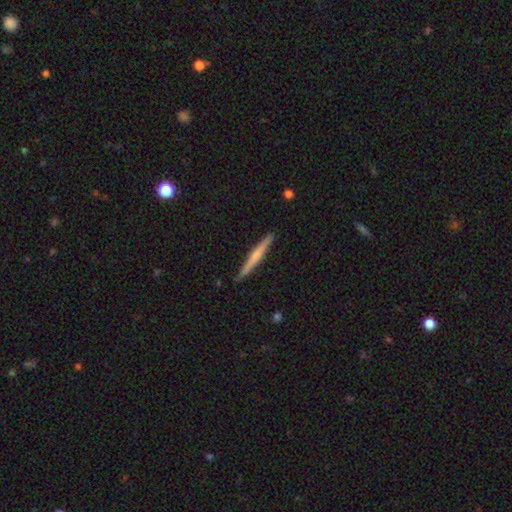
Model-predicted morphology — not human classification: smooth_or_featured: featured or disk (p=0.48) [alt: smooth p=0.46]
merging: none (p=0.90) [alt: minor disturbance p=0.08]